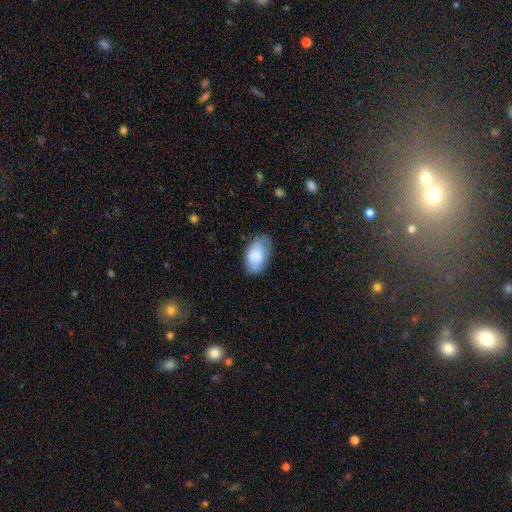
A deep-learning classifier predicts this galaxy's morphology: The model was most divided on "merging": none: 69%, minor disturbance: 24%, major disturbance: 6%, merger: 1%. More confident: how rounded — in between (94%); smooth or featured — smooth (80%).